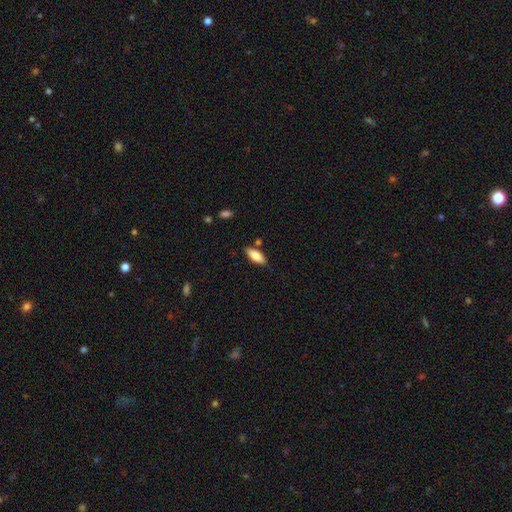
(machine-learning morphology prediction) A smooth galaxy with no disk features (83%) that is in between round and cigar-shaped (79%).

Vote fractions:
- Smooth or featured? smooth: 83% / featured or disk: 11% / star or artifact: 6%
- How rounded? in between: 79% / cigar-shaped: 19% / round: 2%
- Merging? none: 81% / minor disturbance: 12% / merger: 4% / major disturbance: 2%